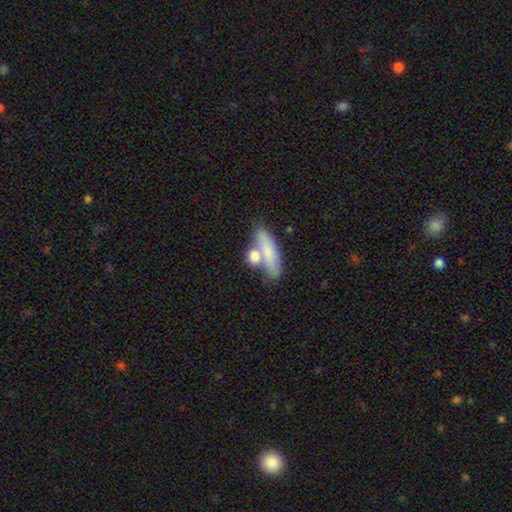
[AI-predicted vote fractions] Morphology: type=smooth (74%); roundness=in between (46%); merging=none (43%).